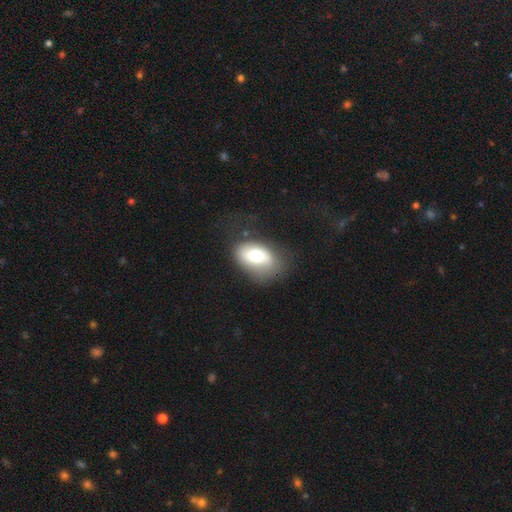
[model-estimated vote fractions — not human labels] This is likely a smooth galaxy (67%). How rounded: clearly in between (86%). Merging: possibly none (59%).